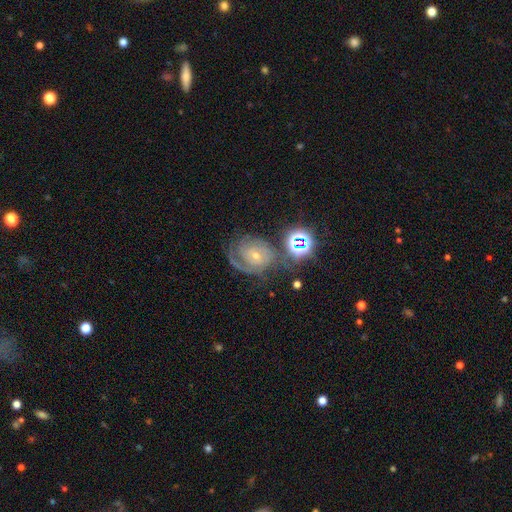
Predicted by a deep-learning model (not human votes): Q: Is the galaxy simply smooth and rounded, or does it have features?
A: featured or disk — 73%.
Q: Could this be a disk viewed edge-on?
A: no — 97%.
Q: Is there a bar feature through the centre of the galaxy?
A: no — 55%.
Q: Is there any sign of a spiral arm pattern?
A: yes — 92%.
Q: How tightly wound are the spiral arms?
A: tight — 55%.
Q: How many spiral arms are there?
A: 2 — 34%.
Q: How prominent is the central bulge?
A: small — 64%.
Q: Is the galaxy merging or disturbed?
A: none — 52%.